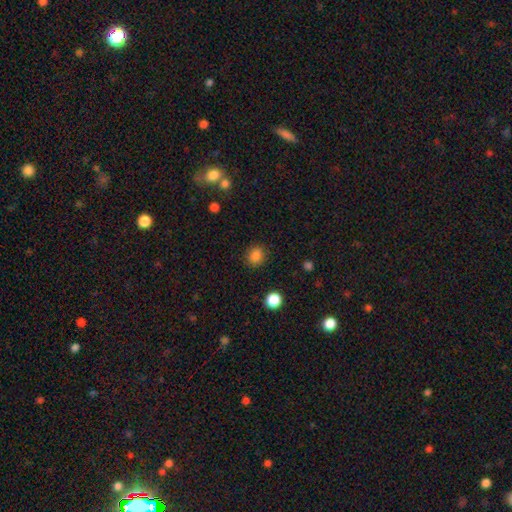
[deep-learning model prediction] smooth-or-featured: smooth: 85% | star or artifact: 11% | featured or disk: 4%
  how-rounded: round: 76% | in between: 23% | cigar-shaped: 1%
  merging: none: 88% | minor disturbance: 8% | major disturbance: 3% | merger: 1%